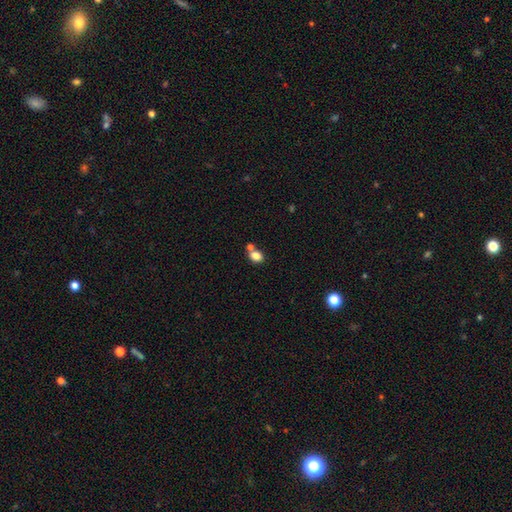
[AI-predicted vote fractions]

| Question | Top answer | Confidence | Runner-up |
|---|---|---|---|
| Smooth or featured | smooth | 82% | star or artifact (11%) |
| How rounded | in between | 56% | round (43%) |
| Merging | none | 58% | merger (29%) |